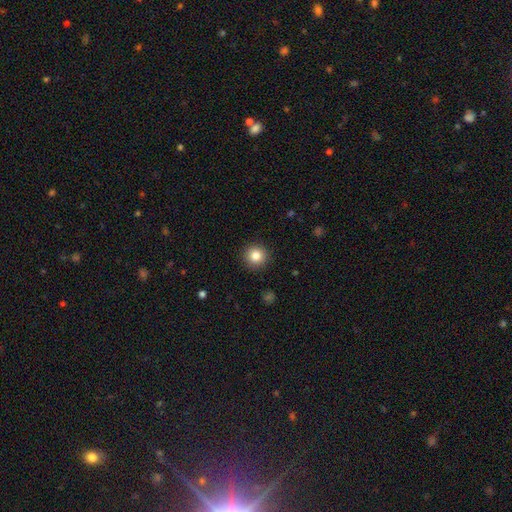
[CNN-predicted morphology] A smooth galaxy with no disk features (83%) that is round (95%).

Vote fractions:
- Smooth or featured? smooth: 83% / star or artifact: 11% / featured or disk: 6%
- How rounded? round: 95% / in between: 4% / cigar-shaped: 1%
- Merging? none: 92% / minor disturbance: 5% / major disturbance: 2% / merger: 1%